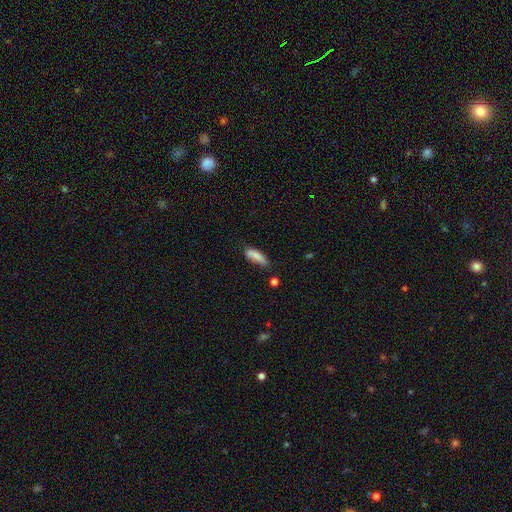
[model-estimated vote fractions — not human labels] smooth-or-featured: smooth: 82% | featured or disk: 10% | star or artifact: 8%
  how-rounded: in between: 55% | cigar-shaped: 43% | round: 2%
  merging: none: 53% | minor disturbance: 31% | major disturbance: 9% | merger: 7%